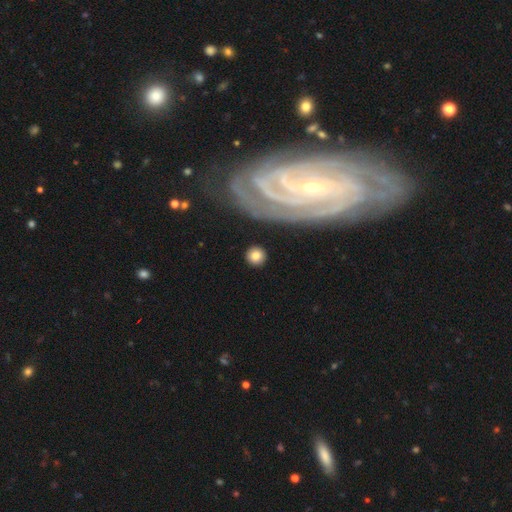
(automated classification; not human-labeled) Smooth or featured?
  - smooth: 79% *
  - featured or disk: 14%
  - star or artifact: 7%
How rounded?
  - round: 91% *
  - in between: 7%
  - cigar-shaped: 1%
Merging?
  - none: 87% *
  - minor disturbance: 7%
  - major disturbance: 3%
  - merger: 3%